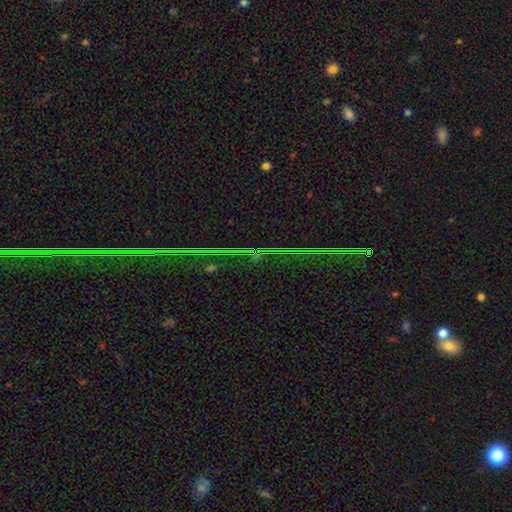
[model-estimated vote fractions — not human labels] star or artifact 83%, featured or disk 9%, smooth 8%.